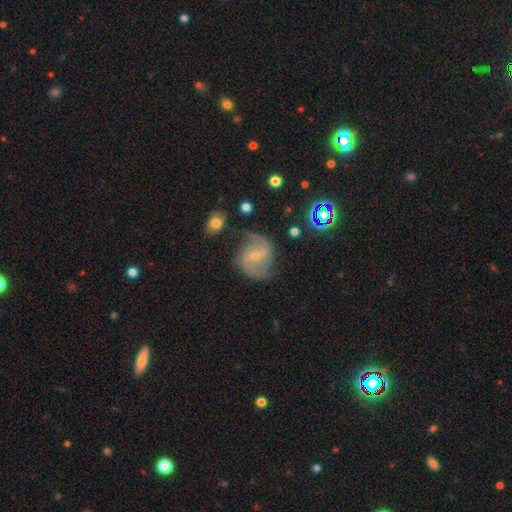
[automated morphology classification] Smooth or featured: featured or disk — 79% (smooth — 12%)
Edge-on disk: no — 97% (yes — 3%)
Bar: weak — 49% (no — 27%)
Spiral arms: yes — 93% (no — 7%)
Spiral winding: medium — 48% (loose — 33%)
Spiral arm count: 2 — 86% (can't tell — 7%)
Bulge size: small — 70% (moderate — 23%)
Merging: none — 70% (minor disturbance — 19%)